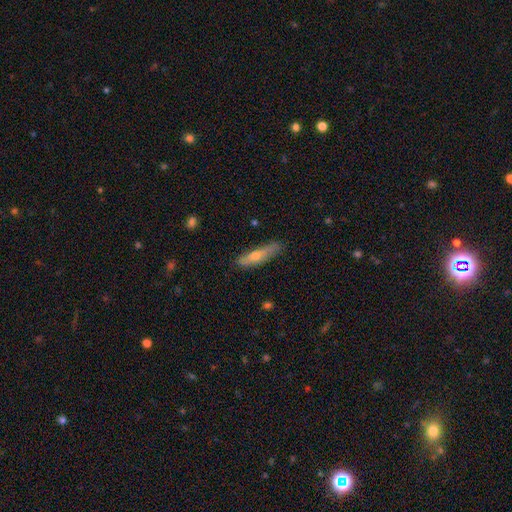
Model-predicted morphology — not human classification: smooth-or-featured: smooth: 56% | featured or disk: 37% | star or artifact: 7%
  how-rounded: cigar-shaped: 79% | in between: 19% | round: 2%
  merging: none: 75% | minor disturbance: 20% | major disturbance: 4% | merger: 2%